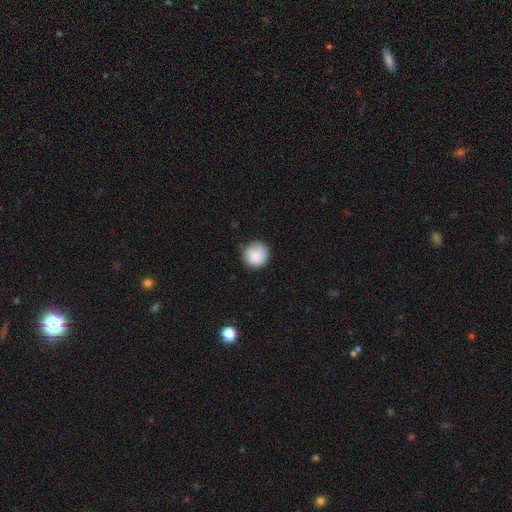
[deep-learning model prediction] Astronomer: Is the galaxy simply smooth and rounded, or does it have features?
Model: smooth — 85%.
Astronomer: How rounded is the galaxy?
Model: round — 94%.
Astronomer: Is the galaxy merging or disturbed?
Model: none — 77%.